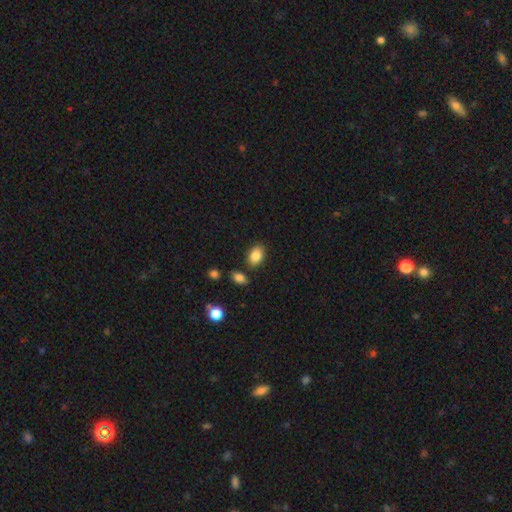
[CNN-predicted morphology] A smooth galaxy with no disk features (86%) that is in between round and cigar-shaped (81%).

Vote fractions:
- Smooth or featured? smooth: 86% / star or artifact: 8% / featured or disk: 5%
- How rounded? in between: 81% / round: 18% / cigar-shaped: 1%
- Merging? none: 81% / minor disturbance: 11% / merger: 5% / major disturbance: 3%